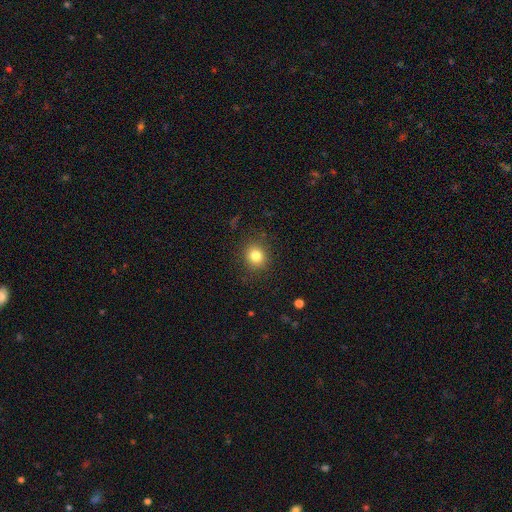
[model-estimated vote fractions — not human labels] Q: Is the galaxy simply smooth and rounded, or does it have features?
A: smooth — 81%.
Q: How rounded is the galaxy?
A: round — 81%.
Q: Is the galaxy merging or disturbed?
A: none — 88%.